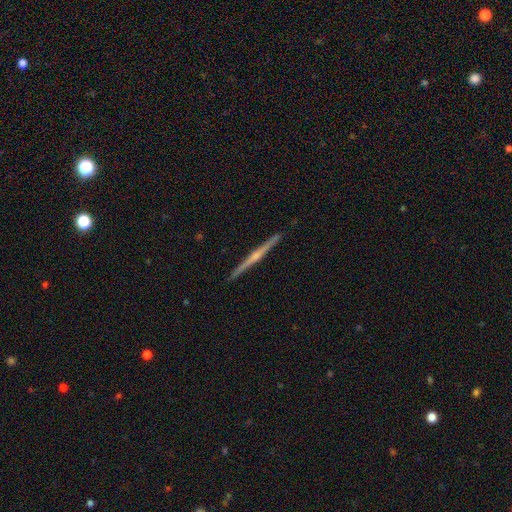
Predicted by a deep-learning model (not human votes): smooth_or_featured: featured or disk (p=0.78) [alt: smooth p=0.17]
disk_edge_on: yes (p=0.99) [alt: no p=0.01]
edge_on_bulge: rounded (p=0.73) [alt: none p=0.20]
merging: none (p=0.92) [alt: minor disturbance p=0.06]